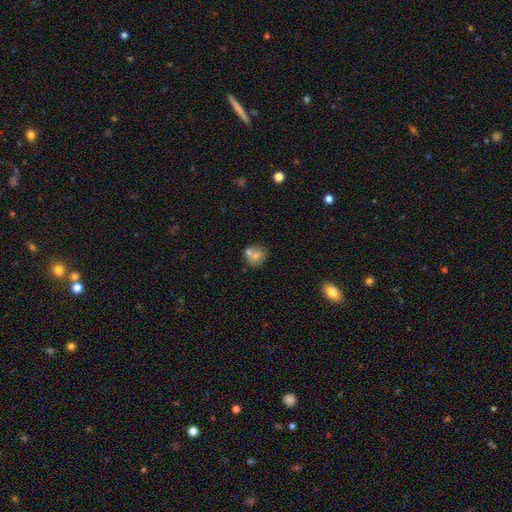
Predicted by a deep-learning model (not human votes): The model was most divided on "merging" (2-way tie): merger: 42%, none: 42%, minor disturbance: 12%, major disturbance: 5%. More confident: how rounded — round (71%); smooth or featured — smooth (68%).